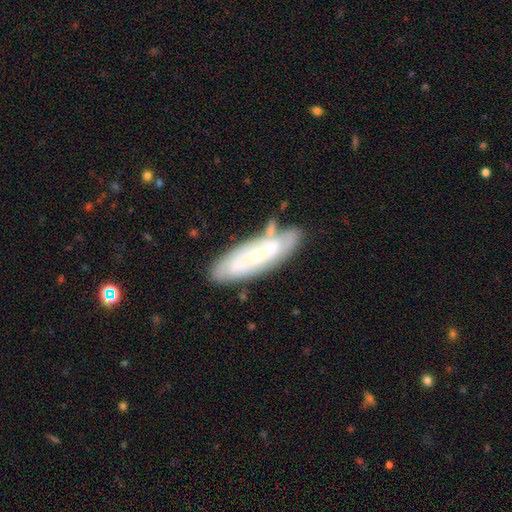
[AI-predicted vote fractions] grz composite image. It shows a featured or disk galaxy (66%) with no bar (76%), spiral arms (71%) and a small central bulge (65%). Merging: none (62%).